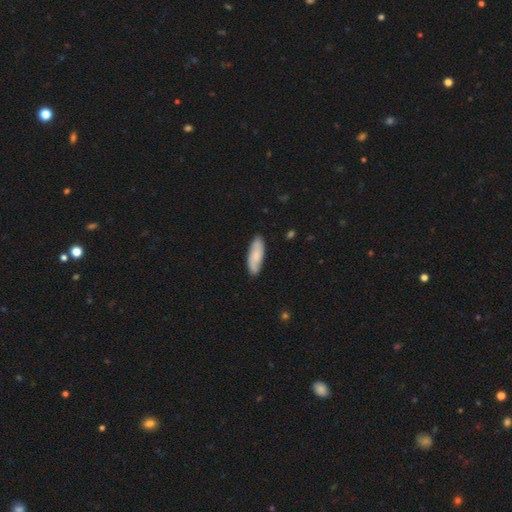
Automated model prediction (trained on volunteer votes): This appears to be a smooth galaxy with no disk features (70%) that is in between round and cigar-shaped (65%). Merging: none (86%).